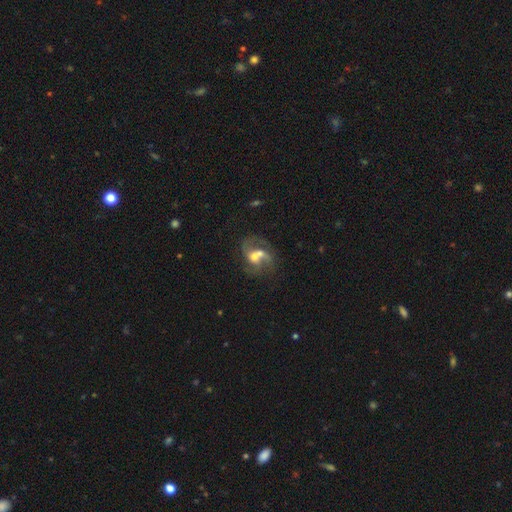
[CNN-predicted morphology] Overall: featured or disk (73%). Edge-on disk: no (98%). Bar: no (56%; weak 35%). Spiral arms: yes (81%). Spiral arm count: 2 (56%). Spiral winding: loose (50%; medium 40%). Bulge size: moderate (55%; small 20%). Merging: merger (43%; none 29%).